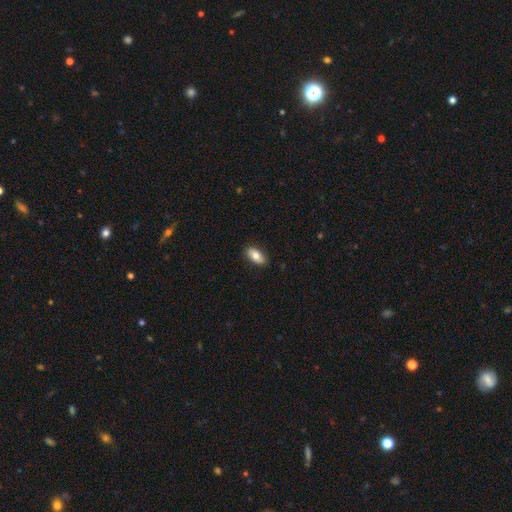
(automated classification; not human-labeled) smooth 78%, featured or disk 15%, star or artifact 6%. Down the decision tree: how rounded — in between (90%); merging — none (87%).